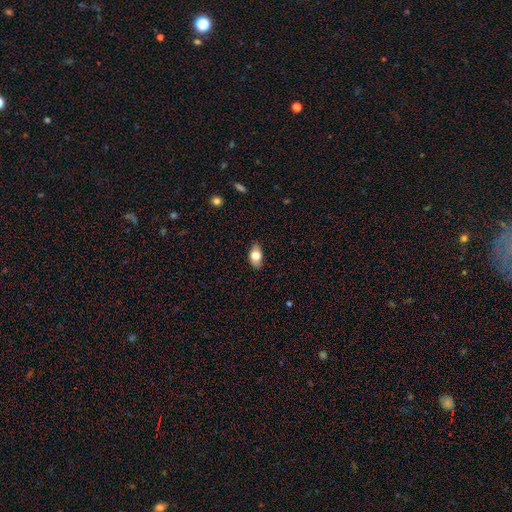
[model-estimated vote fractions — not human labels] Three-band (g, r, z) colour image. It shows a smooth galaxy with no disk features (76%) that is in between round and cigar-shaped (88%). Merging: none (82%).